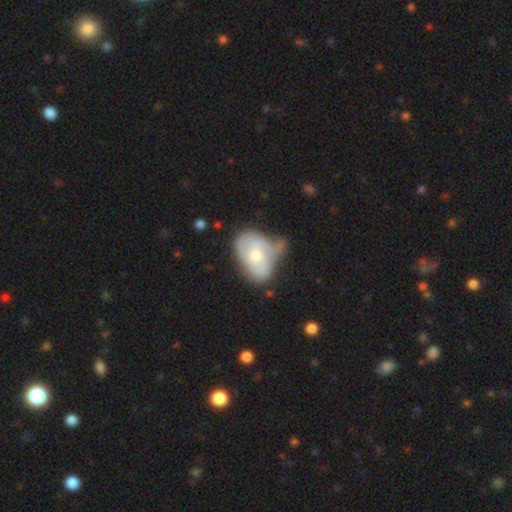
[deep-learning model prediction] smooth_or_featured: featured or disk (p=0.48) [alt: smooth p=0.46]
merging: minor disturbance (p=0.34) [alt: major disturbance p=0.25]